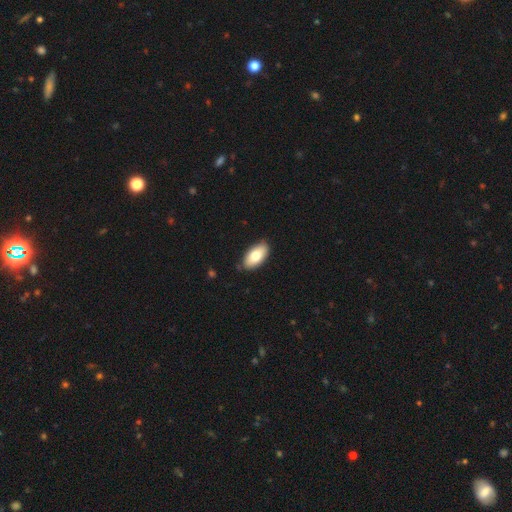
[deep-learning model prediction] Smooth or featured: smooth — 76% (featured or disk — 17%)
How rounded: in between — 94% (cigar-shaped — 3%)
Merging: none — 85% (minor disturbance — 12%)